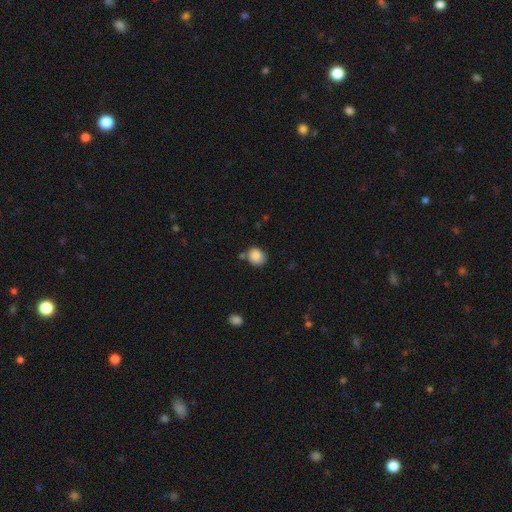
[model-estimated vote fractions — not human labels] Q: Smooth or featured?
A: smooth (86%); runner-up: star or artifact (8%)
Q: How rounded?
A: round (74%); runner-up: in between (25%)
Q: Merging?
A: none (67%); runner-up: minor disturbance (19%)